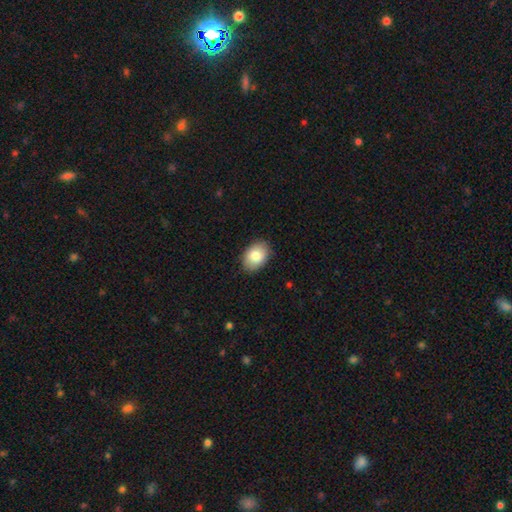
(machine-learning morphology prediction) This is clearly a smooth galaxy (84%). How rounded: clearly in between (83%). Merging: clearly none (88%).